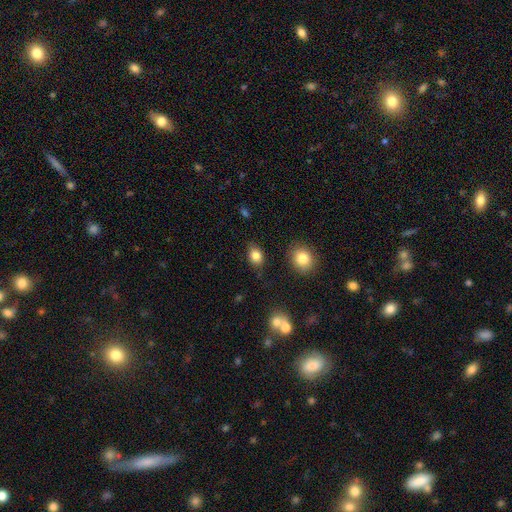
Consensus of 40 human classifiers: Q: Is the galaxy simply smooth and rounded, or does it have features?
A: smooth — 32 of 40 (80%).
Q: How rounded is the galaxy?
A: in between — 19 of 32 (59%).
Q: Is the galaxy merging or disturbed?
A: none — 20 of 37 (54%).